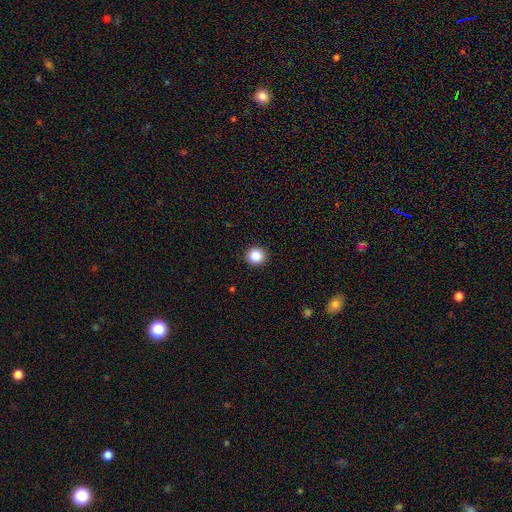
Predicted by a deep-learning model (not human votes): The model was most divided on "smooth or featured": smooth: 87%, star or artifact: 10%, featured or disk: 3%. More confident: how rounded — round (94%); merging — none (93%).